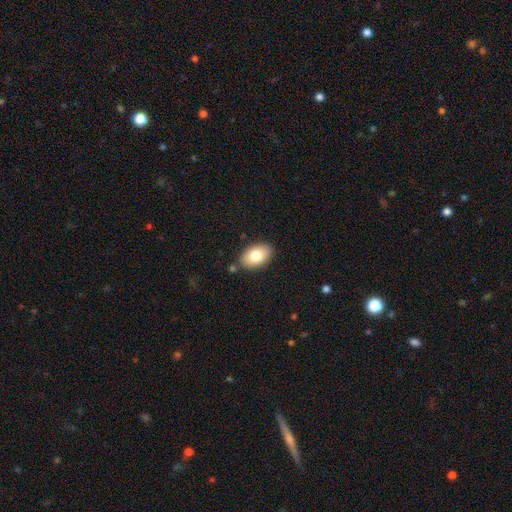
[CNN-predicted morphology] Q: Smooth or featured?
A: smooth (79%); runner-up: featured or disk (13%)
Q: How rounded?
A: in between (90%); runner-up: round (9%)
Q: Merging?
A: none (84%); runner-up: minor disturbance (10%)